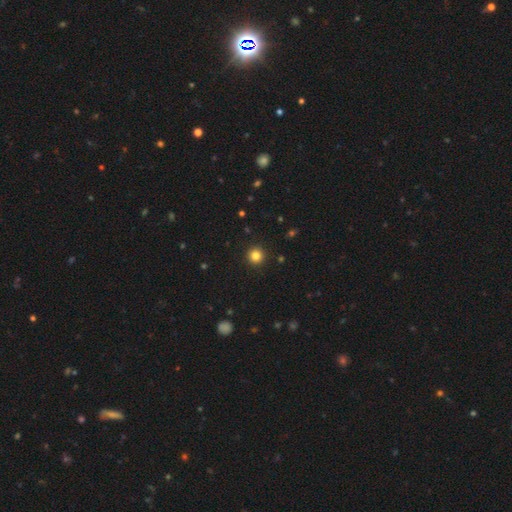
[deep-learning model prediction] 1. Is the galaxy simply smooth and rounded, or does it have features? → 83% smooth, 12% star or artifact, 5% featured or disk.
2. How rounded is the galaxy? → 95% round, 4% in between, 1% cigar-shaped.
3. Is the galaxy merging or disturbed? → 93% none, 4% minor disturbance, 2% major disturbance, 1% merger.